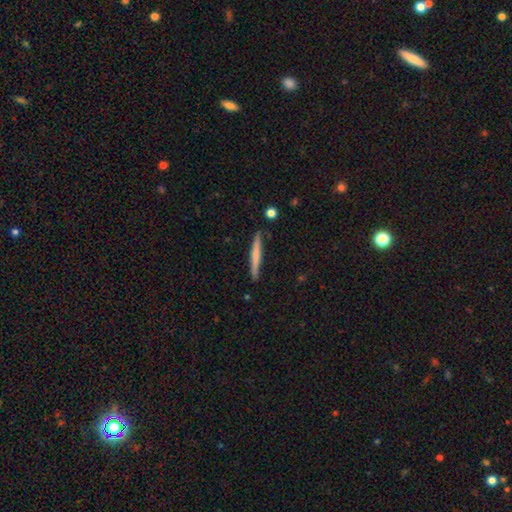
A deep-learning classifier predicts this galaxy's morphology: This appears to be a smooth galaxy with no disk features (58%) that is cigar-shaped (96%). Merging: none (88%).